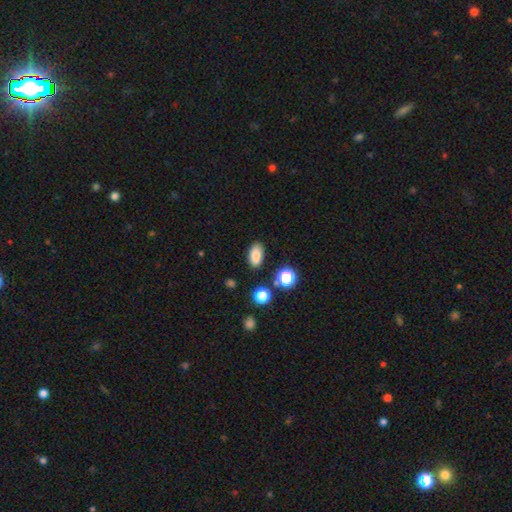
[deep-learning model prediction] This appears to be a smooth galaxy with no disk features (84%) that is in between round and cigar-shaped (89%). Merging: none (85%).